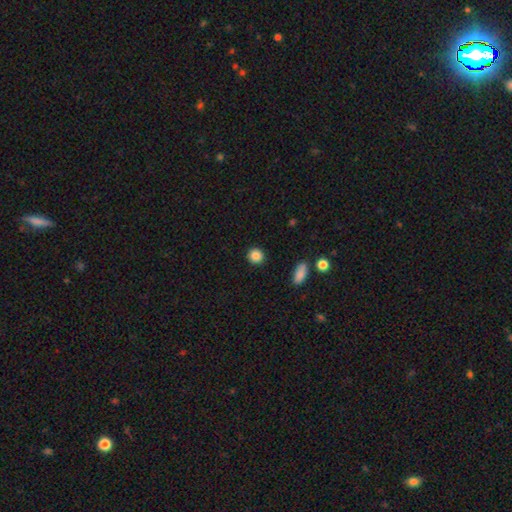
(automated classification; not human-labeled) Smooth or featured?
  - smooth: 87% *
  - star or artifact: 9%
  - featured or disk: 4%
How rounded?
  - round: 91% *
  - in between: 8%
  - cigar-shaped: 1%
Merging?
  - none: 91% *
  - minor disturbance: 5%
  - major disturbance: 2%
  - merger: 2%